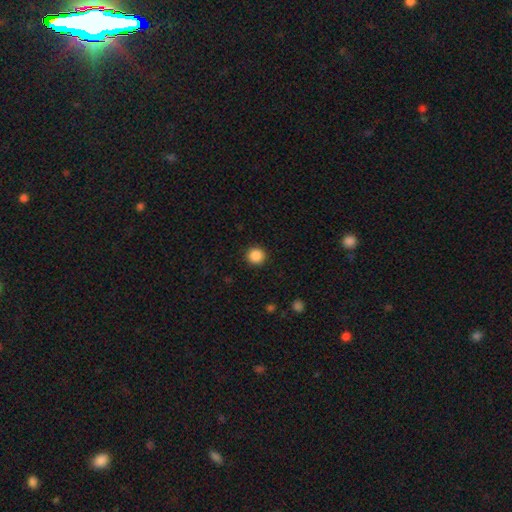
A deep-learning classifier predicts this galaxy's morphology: smooth 87%, star or artifact 10%, featured or disk 3%. Down the decision tree: how rounded — round (94%); merging — none (92%).